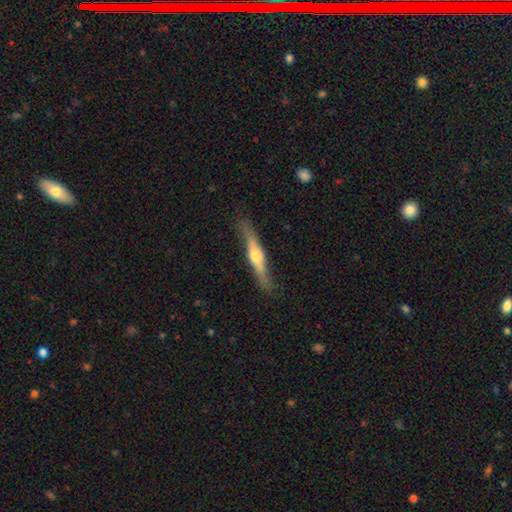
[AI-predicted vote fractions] Morphology: type=featured or disk (61%); edge-on=yes (94%); edge-on bulge=rounded (91%); merging=none (85%).